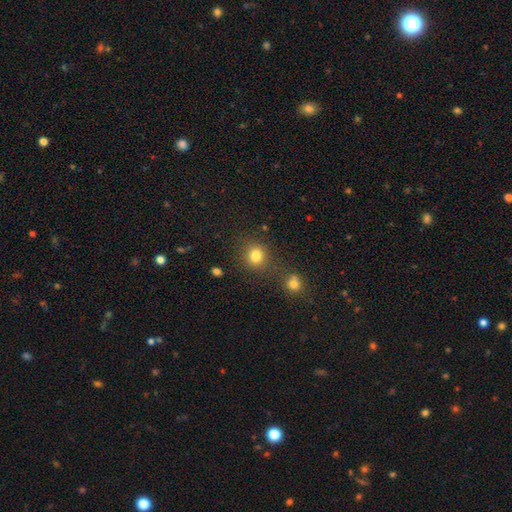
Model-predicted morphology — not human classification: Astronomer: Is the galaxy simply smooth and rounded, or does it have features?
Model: smooth — 81%.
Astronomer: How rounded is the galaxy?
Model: round — 82%.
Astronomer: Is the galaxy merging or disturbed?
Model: none — 78%.